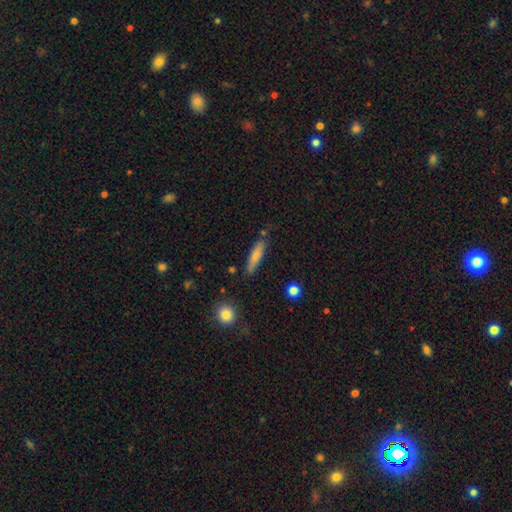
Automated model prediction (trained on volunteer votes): Smooth or featured? Predicted: smooth (p=0.74). How rounded? Predicted: cigar-shaped (p=0.78). Merging? Predicted: none (p=0.78).